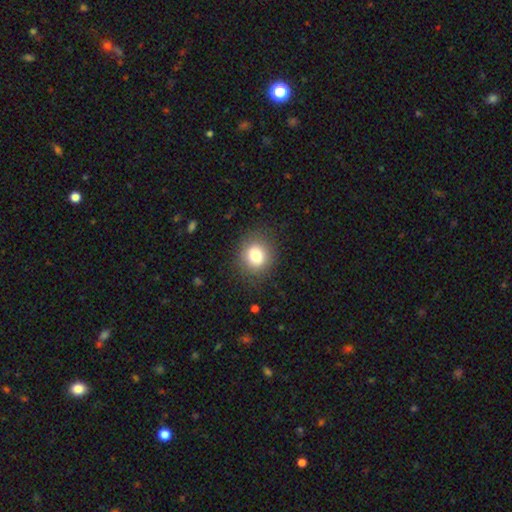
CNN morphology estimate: Q: Smooth or featured?
A: smooth (79%); runner-up: star or artifact (11%)
Q: How rounded?
A: round (79%); runner-up: in between (20%)
Q: Merging?
A: none (86%); runner-up: minor disturbance (9%)